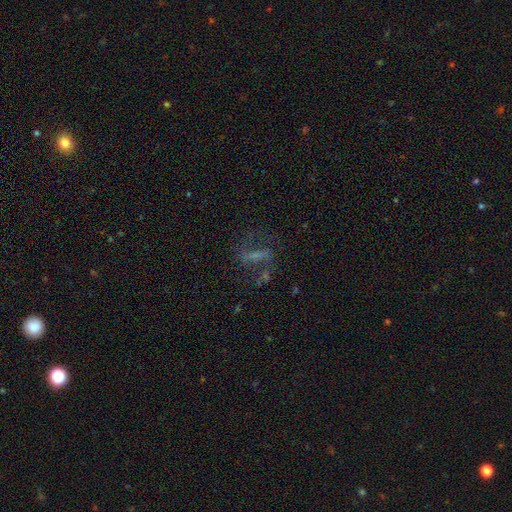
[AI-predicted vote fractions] featured or disk 57%, smooth 22%, star or artifact 21%. Down the decision tree: edge-on disk — no (86%); merging — none (60%).